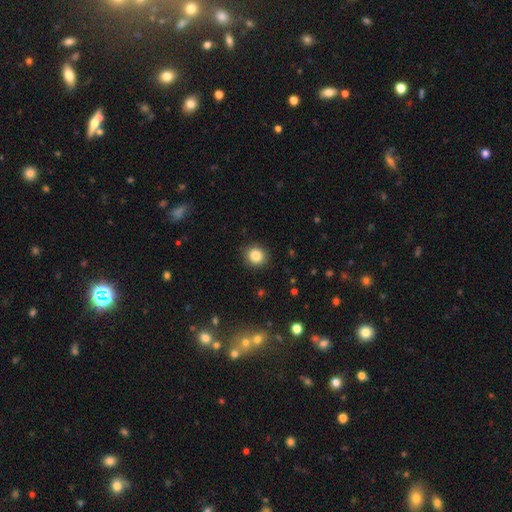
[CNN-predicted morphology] smooth-or-featured: smooth: 83% | star or artifact: 11% | featured or disk: 6%
  how-rounded: round: 88% | in between: 11% | cigar-shaped: 1%
  merging: none: 91% | minor disturbance: 6% | major disturbance: 2% | merger: 1%